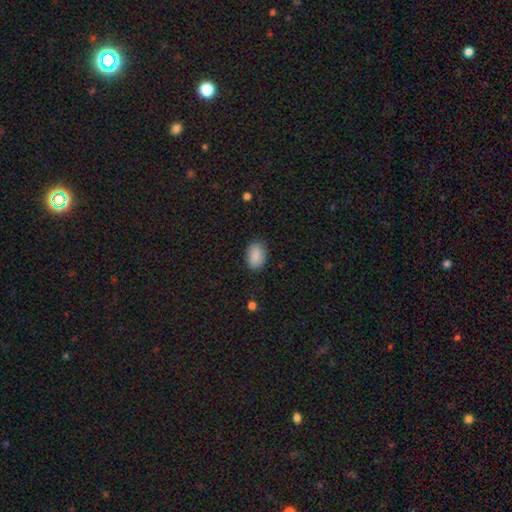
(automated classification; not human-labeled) Smooth or featured: smooth — 89% (star or artifact — 8%)
How rounded: in between — 86% (round — 13%)
Merging: none — 84% (minor disturbance — 12%)